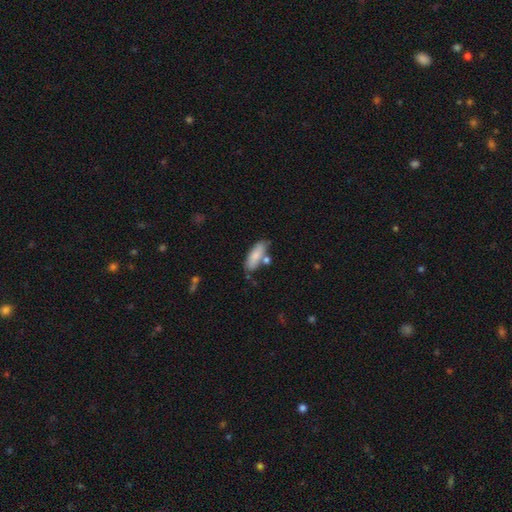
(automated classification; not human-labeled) Smooth or featured?
  - smooth: 81% *
  - featured or disk: 13%
  - star or artifact: 6%
How rounded?
  - in between: 59% *
  - cigar-shaped: 39%
  - round: 2%
Merging?
  - none: 66% *
  - minor disturbance: 17%
  - merger: 13%
  - major disturbance: 4%